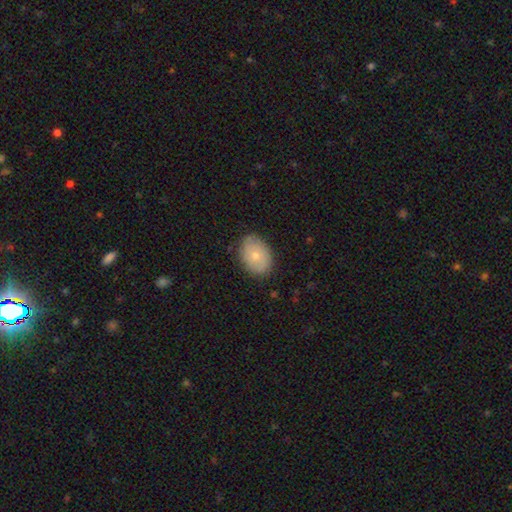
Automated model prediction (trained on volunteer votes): smooth 72%, featured or disk 21%, star or artifact 7%. Down the decision tree: how rounded — in between (74%); merging — none (82%).